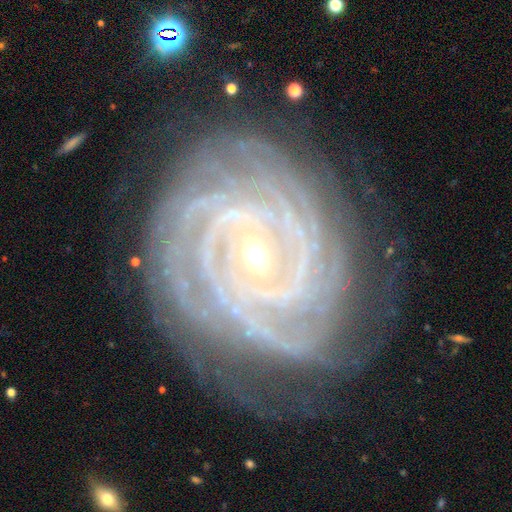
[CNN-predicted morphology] This appears to be a featured or disk galaxy (93%) with no bar (51%), 4 (24%) tight (88%) spiral arms (99%) and a small central bulge (72%). Merging: none (78%).